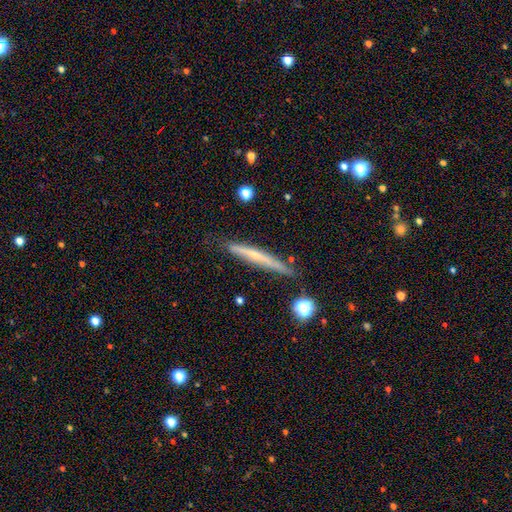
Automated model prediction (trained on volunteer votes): A featured or disk galaxy (58%) viewed edge-on (95%) with no central bulge (53%).

Vote fractions:
- Smooth or featured? featured or disk: 58% / smooth: 35% / star or artifact: 7%
- Edge-on disk? yes: 95% / no: 5%
- Edge-on bulge? none: 53% / rounded: 43% / boxy: 4%
- Merging? none: 81% / minor disturbance: 14% / major disturbance: 2% / merger: 2%